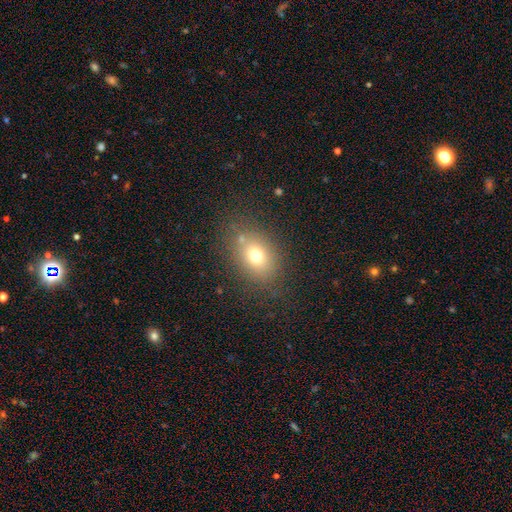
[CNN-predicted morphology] Smooth or featured? Predicted: smooth (p=0.71). How rounded? Predicted: in between (p=0.65). Merging? Predicted: none (p=0.76).